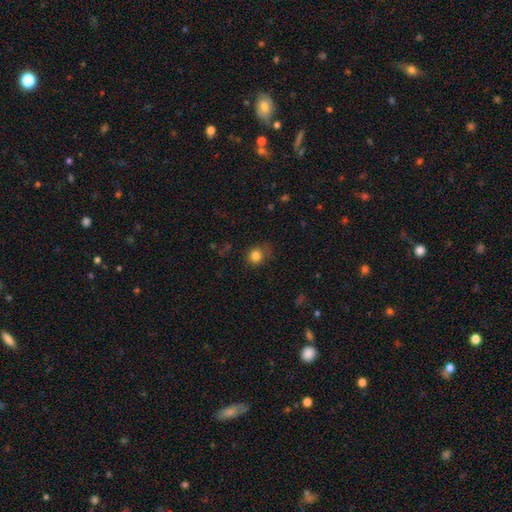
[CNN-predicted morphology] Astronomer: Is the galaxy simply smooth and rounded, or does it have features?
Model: smooth — 82%.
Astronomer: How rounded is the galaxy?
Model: round — 80%.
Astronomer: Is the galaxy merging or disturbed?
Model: none — 70%.